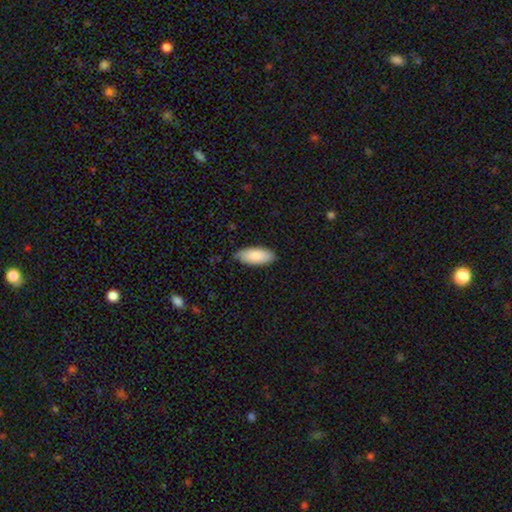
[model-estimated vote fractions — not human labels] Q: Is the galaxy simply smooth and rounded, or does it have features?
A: smooth — 85%.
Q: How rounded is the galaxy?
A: in between — 88%.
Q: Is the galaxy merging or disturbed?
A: none — 80%.